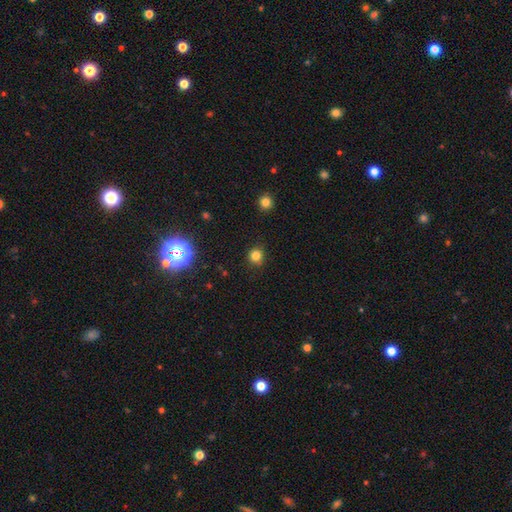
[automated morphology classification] This appears to be a smooth galaxy with no disk features (79%) that is round (91%). Merging: none (88%).